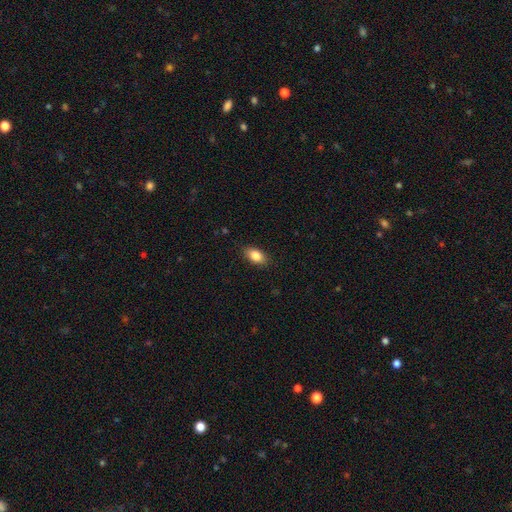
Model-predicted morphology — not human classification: The model was most divided on "smooth or featured": smooth: 84%, featured or disk: 8%, star or artifact: 8%. More confident: how rounded — in between (88%); merging — none (87%).